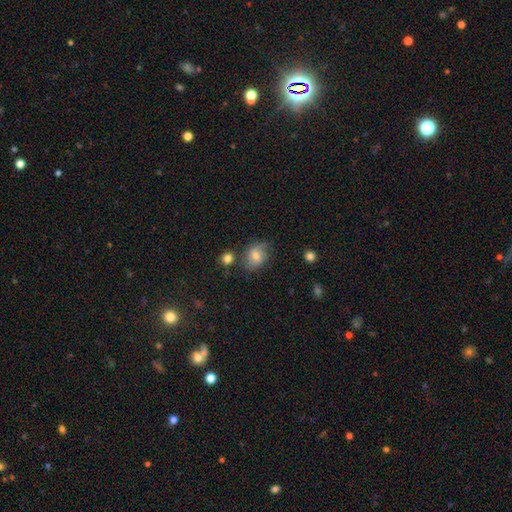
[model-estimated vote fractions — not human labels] Q: Smooth or featured?
A: smooth (61%); runner-up: featured or disk (29%)
Q: How rounded?
A: in between (53%); runner-up: round (46%)
Q: Merging?
A: none (62%); runner-up: minor disturbance (24%)